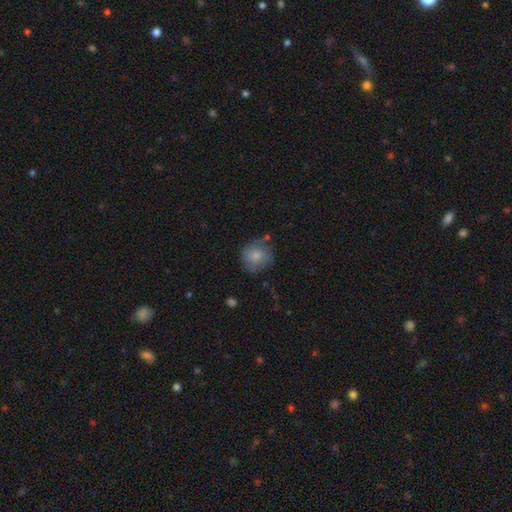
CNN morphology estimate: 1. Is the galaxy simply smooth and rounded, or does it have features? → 75% smooth, 17% featured or disk, 8% star or artifact.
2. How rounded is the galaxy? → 86% round, 13% in between, 1% cigar-shaped.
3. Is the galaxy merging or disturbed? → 63% none, 24% minor disturbance, 8% major disturbance, 5% merger.